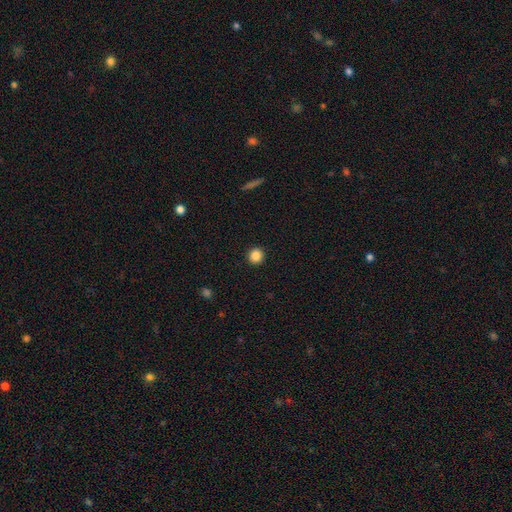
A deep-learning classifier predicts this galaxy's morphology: The model was most divided on "smooth or featured": smooth: 86%, star or artifact: 10%, featured or disk: 4%. More confident: how rounded — round (93%); merging — none (93%).